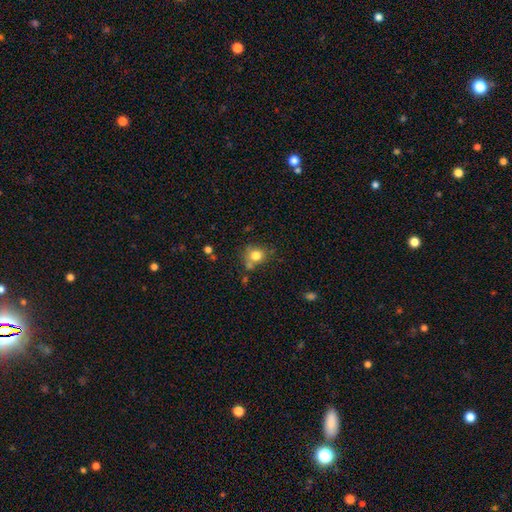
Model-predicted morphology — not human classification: A smooth galaxy with no disk features (78%) that is round (75%). Merging: none (59%).